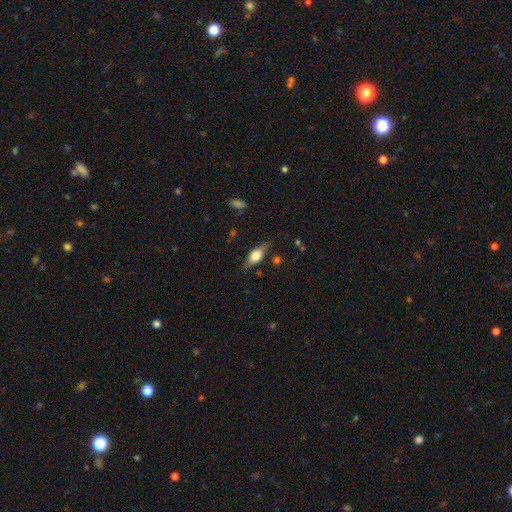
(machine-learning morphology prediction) This appears to be a smooth galaxy with no disk features (57%) that is in between round and cigar-shaped (74%). Merging: none (76%).